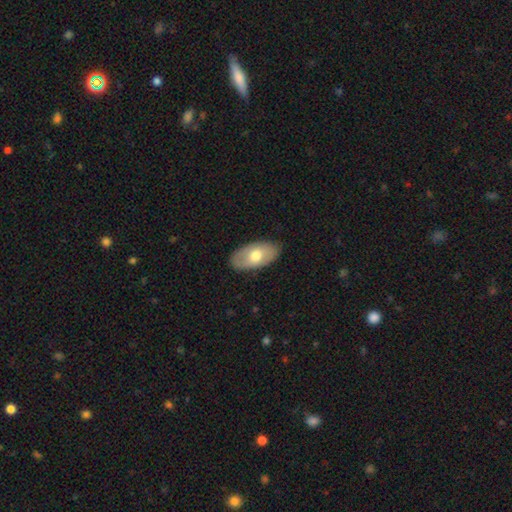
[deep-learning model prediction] This appears to be a smooth galaxy with no disk features (62%) that is in between round and cigar-shaped (94%). Merging: none (85%).